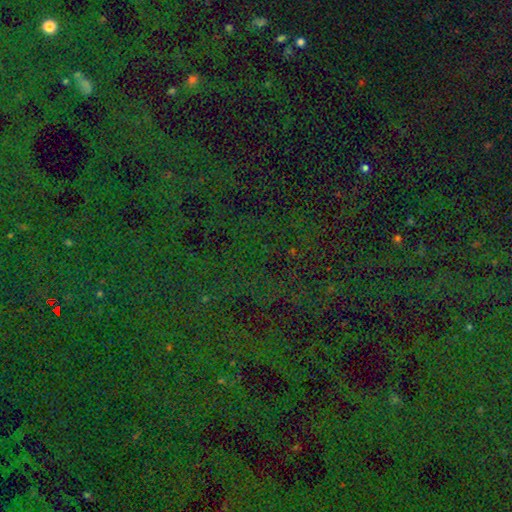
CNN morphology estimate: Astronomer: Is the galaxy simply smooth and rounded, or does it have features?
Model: star or artifact — 83%.